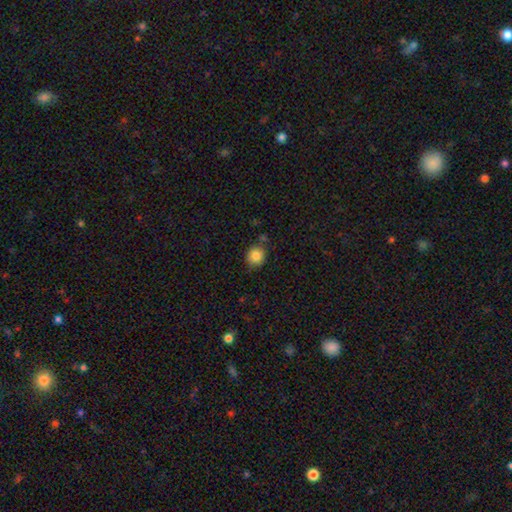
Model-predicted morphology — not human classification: This appears to be a smooth galaxy with no disk features (84%) that is round (82%). Merging: none (77%).